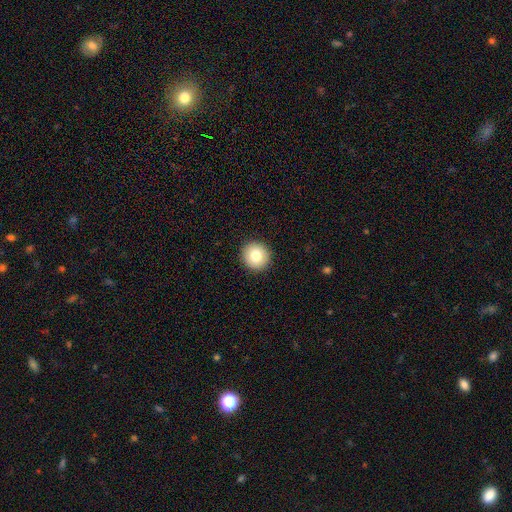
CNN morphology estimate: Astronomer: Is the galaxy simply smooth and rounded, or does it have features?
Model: smooth — 81%.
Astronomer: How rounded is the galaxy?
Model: round — 93%.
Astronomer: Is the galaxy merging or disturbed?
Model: none — 92%.